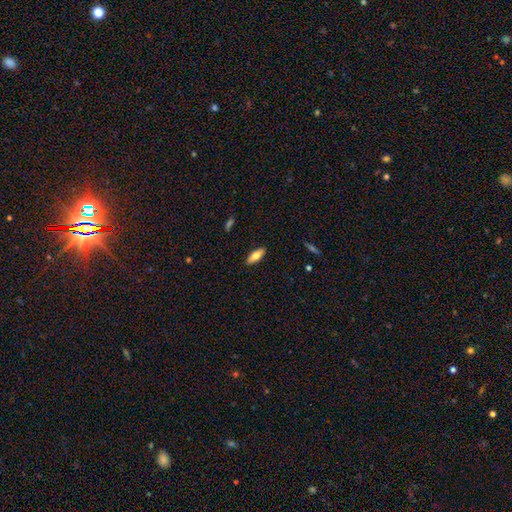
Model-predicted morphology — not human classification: This is likely a smooth galaxy (73%). How rounded: likely in between (72%). Merging: clearly none (89%).